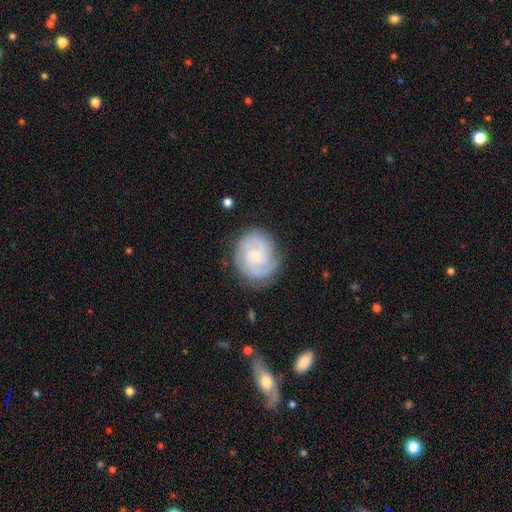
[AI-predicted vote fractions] smooth_or_featured: featured or disk (p=0.84) [alt: smooth p=0.11]
disk_edge_on: no (p=0.98) [alt: yes p=0.02]
bar: no (p=0.66) [alt: weak p=0.30]
has_spiral_arms: yes (p=0.96) [alt: no p=0.04]
spiral_winding: tight (p=0.60) [alt: medium p=0.34]
spiral_arm_count: 2 (p=0.39) [alt: 3 p=0.32]
bulge_size: small (p=0.57) [alt: moderate p=0.38]
merging: none (p=0.79) [alt: minor disturbance p=0.15]